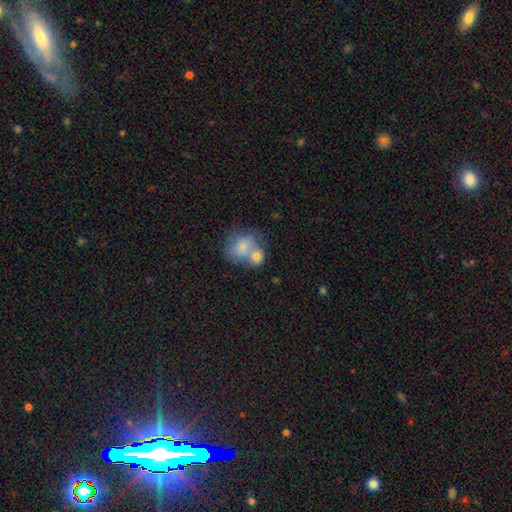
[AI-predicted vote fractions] A smooth galaxy with no disk features (59%) that is round (69%). Merging: merger (46%).